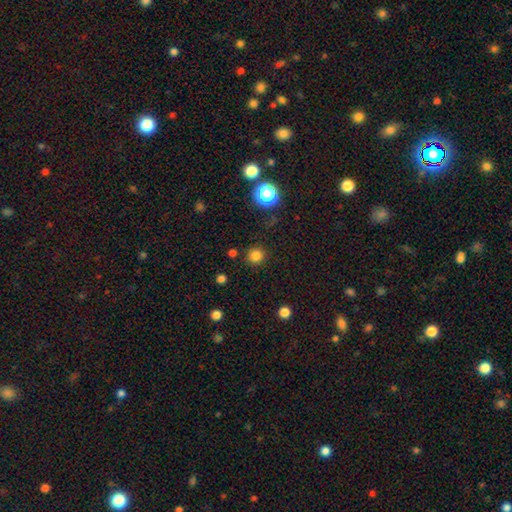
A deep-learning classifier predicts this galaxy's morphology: Smooth or featured?
  - smooth: 80% *
  - star or artifact: 16%
  - featured or disk: 4%
How rounded?
  - round: 94% *
  - in between: 5%
  - cigar-shaped: 1%
Merging?
  - none: 89% *
  - minor disturbance: 7%
  - major disturbance: 3%
  - merger: 2%